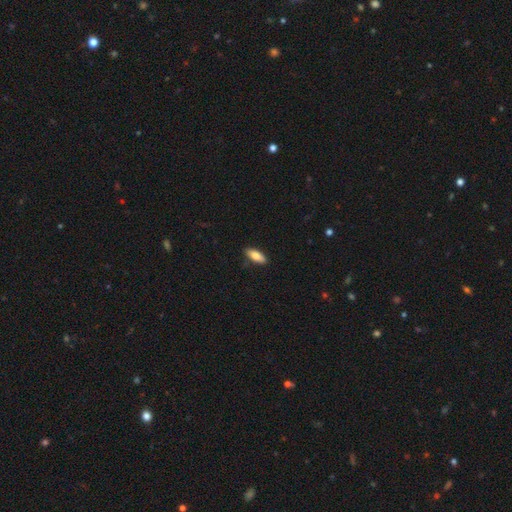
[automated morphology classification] Smooth or featured? smooth (80%)
How rounded? in between (72%)
Merging? none (88%)